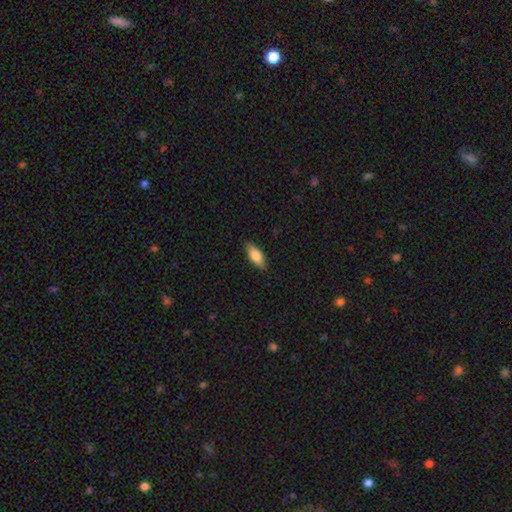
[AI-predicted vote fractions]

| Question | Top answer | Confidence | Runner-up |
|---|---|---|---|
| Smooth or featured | smooth | 76% | featured or disk (17%) |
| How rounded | in between | 77% | cigar-shaped (20%) |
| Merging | none | 88% | minor disturbance (9%) |